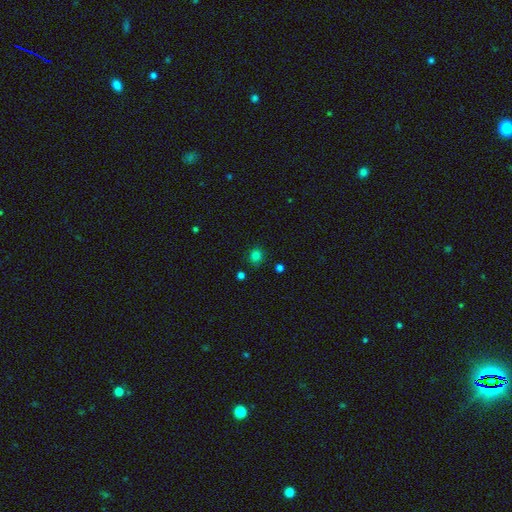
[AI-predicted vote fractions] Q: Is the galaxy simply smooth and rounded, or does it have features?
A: smooth — 79%.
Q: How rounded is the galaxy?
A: round — 85%.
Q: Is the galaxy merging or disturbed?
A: none — 87%.